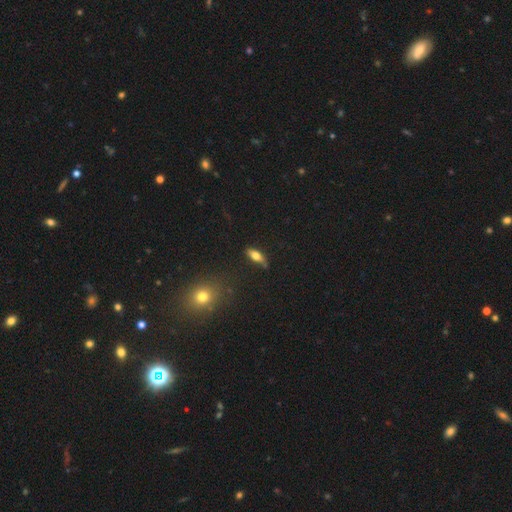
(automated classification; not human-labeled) Q: Smooth or featured?
A: smooth (67%); runner-up: featured or disk (25%)
Q: How rounded?
A: in between (68%); runner-up: cigar-shaped (28%)
Q: Merging?
A: none (75%); runner-up: minor disturbance (17%)